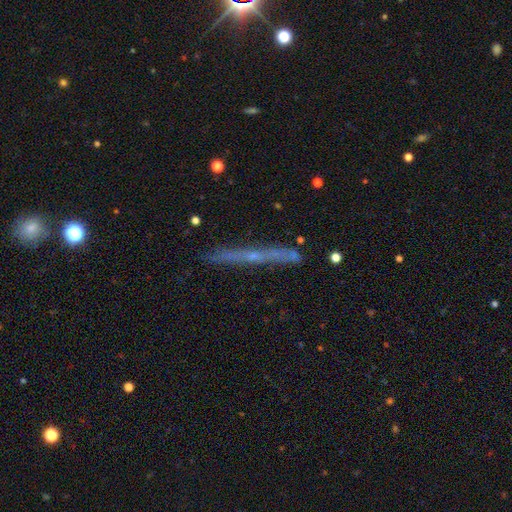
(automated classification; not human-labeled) Smooth or featured? Predicted: featured or disk (p=0.63). Edge-on disk? Predicted: yes (p=0.94). Edge-on bulge? Predicted: none (p=0.52). Merging? Predicted: none (p=0.83).